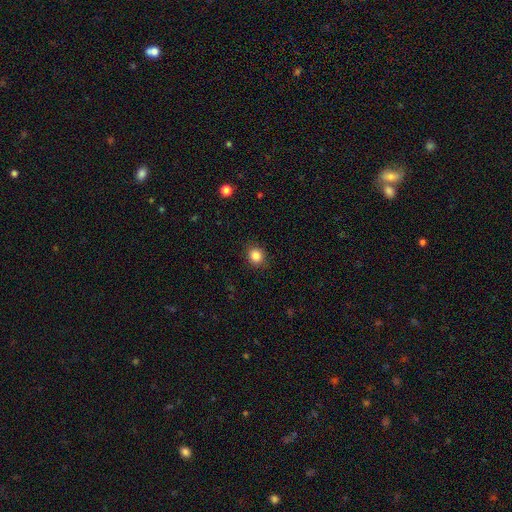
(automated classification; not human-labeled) Smooth or featured? smooth (85%)
How rounded? round (76%)
Merging? none (89%)